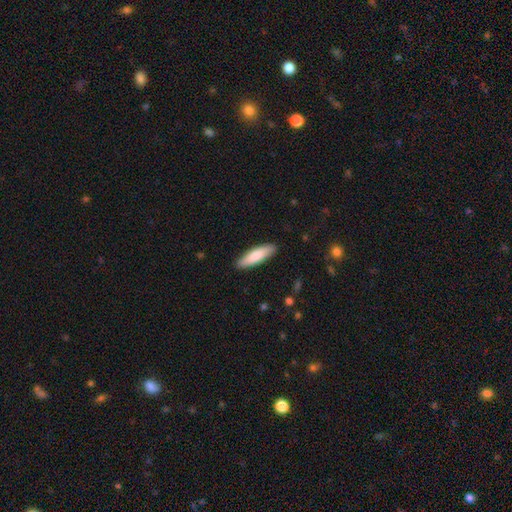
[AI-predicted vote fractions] A smooth galaxy with no disk features (84%) that is cigar-shaped (63%). Merging: none (89%).